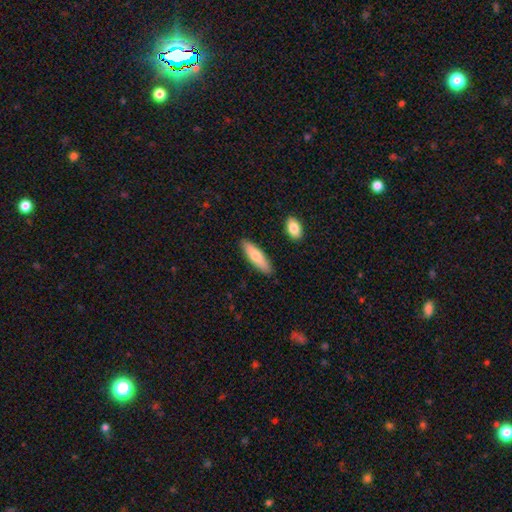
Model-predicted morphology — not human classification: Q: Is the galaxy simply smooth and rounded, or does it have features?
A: smooth — 74%.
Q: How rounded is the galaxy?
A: cigar-shaped — 61%.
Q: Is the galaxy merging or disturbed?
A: none — 87%.